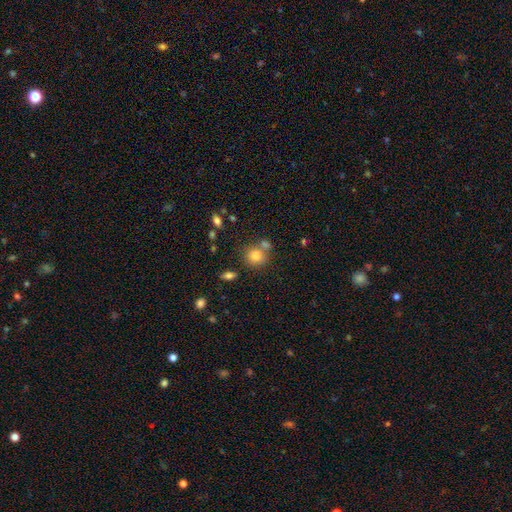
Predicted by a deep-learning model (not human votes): smooth_or_featured: smooth (p=0.79) [alt: star or artifact p=0.11]
how_rounded: round (p=0.81) [alt: in between p=0.18]
merging: none (p=0.61) [alt: merger p=0.24]